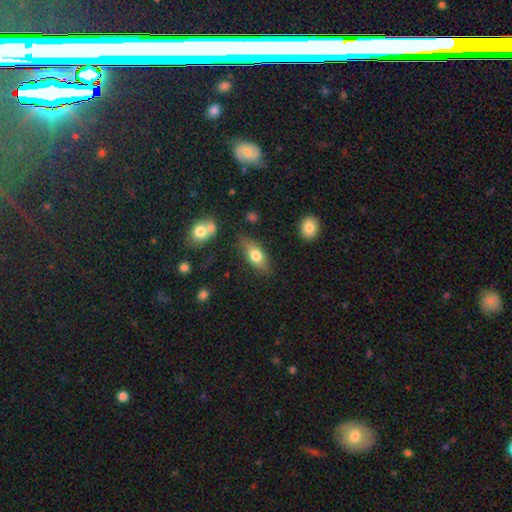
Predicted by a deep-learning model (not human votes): Smooth or featured? Predicted: smooth (p=0.67). How rounded? Predicted: in between (p=0.73). Merging? Predicted: none (p=0.78).